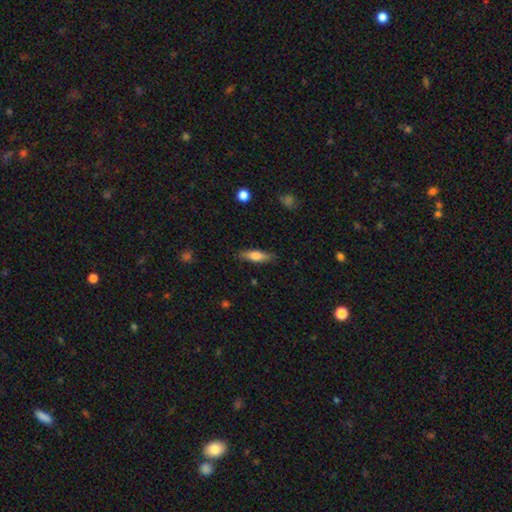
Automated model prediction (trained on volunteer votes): Overall: smooth (72%). How rounded: cigar-shaped (57%; in between 41%). Merging: none (86%).